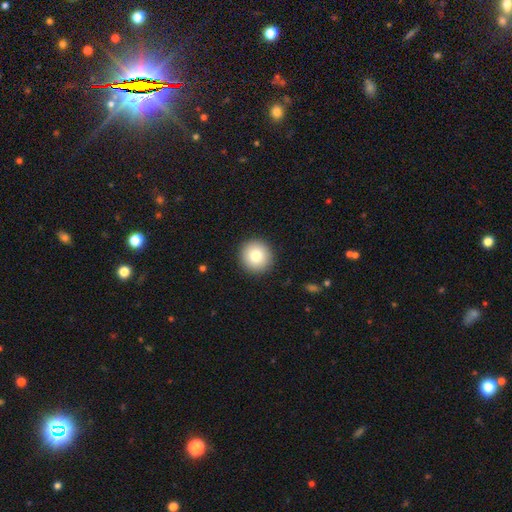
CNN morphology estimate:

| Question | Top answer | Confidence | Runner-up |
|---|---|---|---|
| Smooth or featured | smooth | 81% | featured or disk (10%) |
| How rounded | round | 95% | in between (4%) |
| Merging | none | 92% | minor disturbance (5%) |